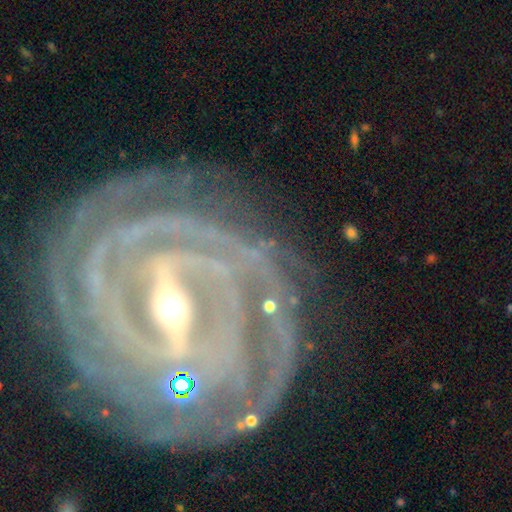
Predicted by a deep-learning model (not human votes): Overall: featured or disk (91%). Edge-on disk: no (95%). Bar: strong (72%). Spiral arms: yes (98%). Spiral arm count: 4 (22%; 3 20%). Spiral winding: tight (82%). Bulge size: small (48%, tied with moderate). Merging: none (78%).